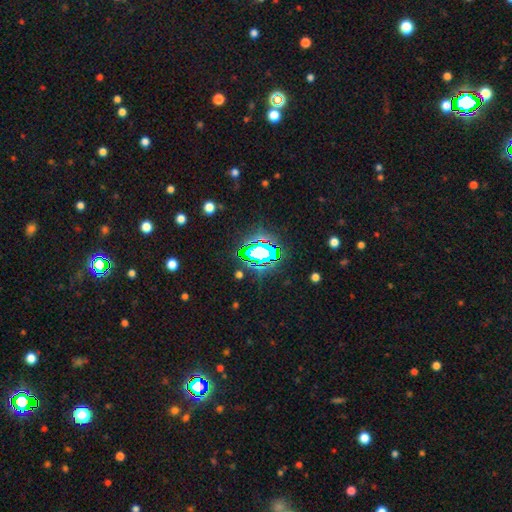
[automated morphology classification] A star or artifact, not a galaxy (64%).

Vote fractions:
- Smooth or featured? star or artifact: 64% / smooth: 22% / featured or disk: 14%